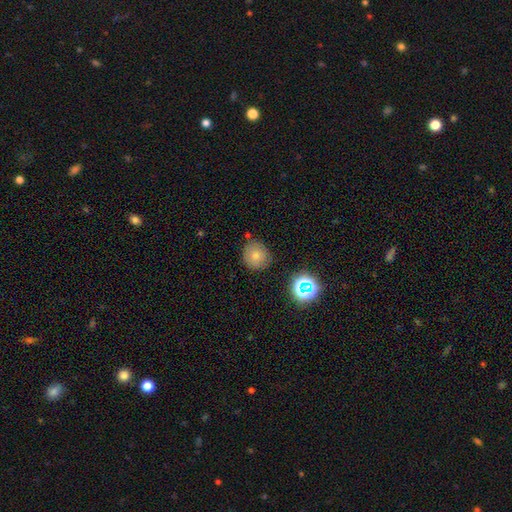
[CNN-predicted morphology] Smooth or featured? smooth (73%)
How rounded? round (88%)
Merging? none (78%)